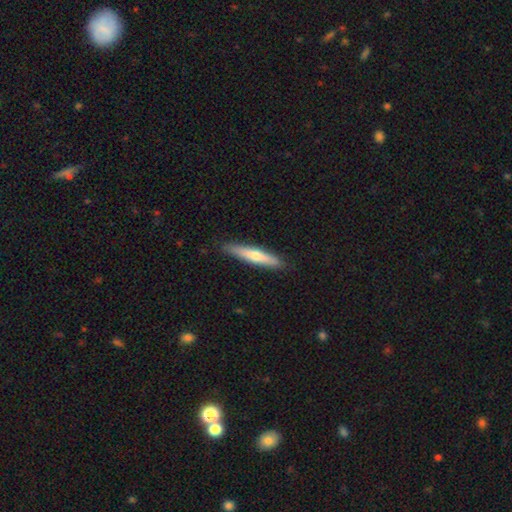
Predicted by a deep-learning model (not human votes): Smooth or featured? Predicted: smooth (p=0.56). How rounded? Predicted: cigar-shaped (p=0.89). Merging? Predicted: none (p=0.88).